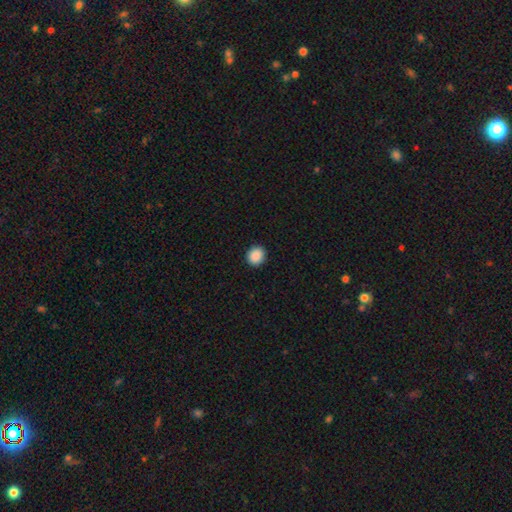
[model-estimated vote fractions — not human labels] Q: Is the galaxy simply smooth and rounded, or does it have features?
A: smooth — 89%.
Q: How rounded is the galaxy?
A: round — 83%.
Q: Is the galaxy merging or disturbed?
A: none — 92%.